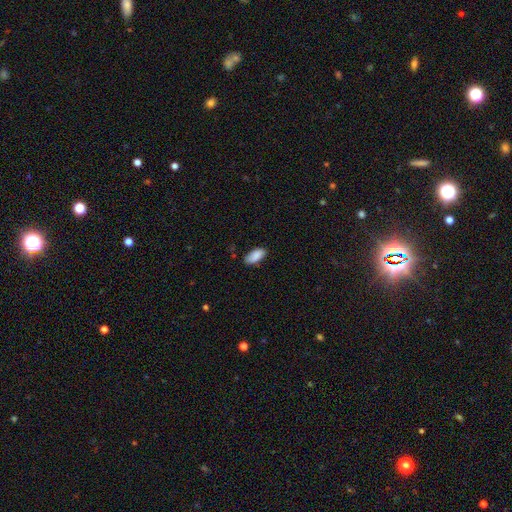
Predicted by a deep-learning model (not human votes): smooth_or_featured: smooth (p=0.87) [alt: star or artifact p=0.07]
how_rounded: in between (p=0.90) [alt: cigar-shaped p=0.08]
merging: none (p=0.78) [alt: minor disturbance p=0.17]